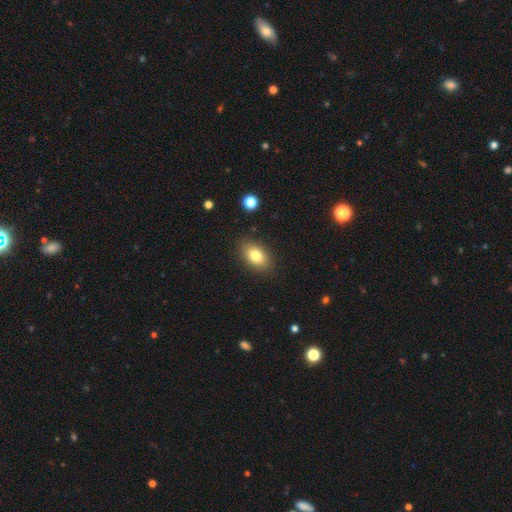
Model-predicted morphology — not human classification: A smooth galaxy with no disk features (80%) that is in between round and cigar-shaped (88%). Merging: none (86%).